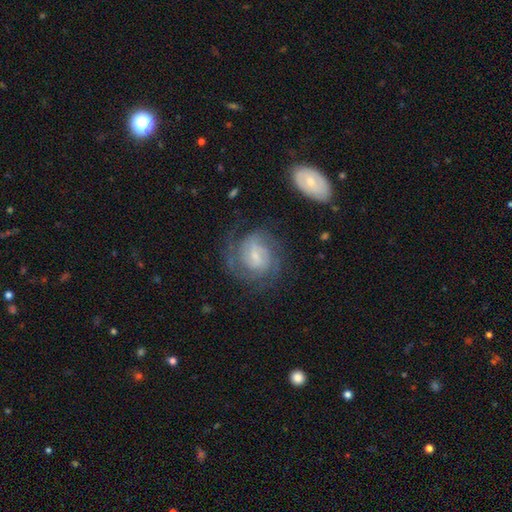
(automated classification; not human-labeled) Smooth or featured?
  - featured or disk: 78% *
  - smooth: 15%
  - star or artifact: 7%
Edge-on disk?
  - no: 97% *
  - yes: 3%
Bar?
  - weak: 55% *
  - no: 31%
  - strong: 14%
Spiral arms?
  - yes: 93% *
  - no: 7%
Spiral winding?
  - tight: 56% *
  - medium: 34%
  - loose: 9%
Spiral arm count?
  - 2: 38% *
  - can't tell: 32%
  - 3: 16%
  - 4: 6%
  - 1: 5%
  - more than 4: 4%
Bulge size?
  - small: 60% *
  - moderate: 28%
  - none: 7%
  - large: 4%
  - dominant: 1%
Merging?
  - none: 65% *
  - minor disturbance: 18%
  - major disturbance: 14%
  - merger: 3%